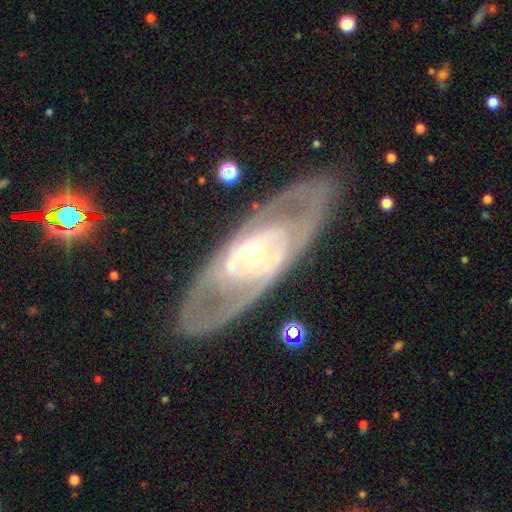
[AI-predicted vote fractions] Morphology: type=featured or disk (82%); edge-on=no (86%); bar=no (60%); spiral arms=yes (58%); bulge=moderate (51%); merging=none (81%).